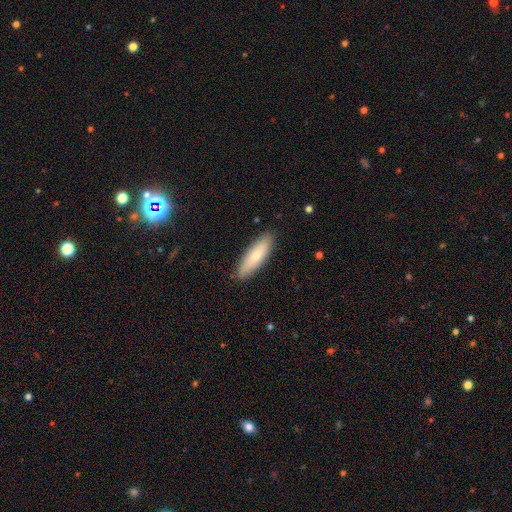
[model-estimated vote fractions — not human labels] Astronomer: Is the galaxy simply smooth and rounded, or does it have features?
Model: smooth — 76%.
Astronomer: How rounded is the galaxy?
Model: cigar-shaped — 58% (runner-up: in between, 40%).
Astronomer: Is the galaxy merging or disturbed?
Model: none — 88%.